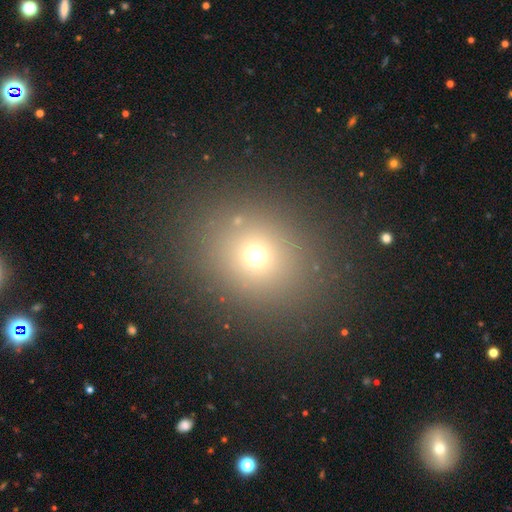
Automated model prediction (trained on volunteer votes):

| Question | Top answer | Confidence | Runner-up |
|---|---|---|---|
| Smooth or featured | smooth | 67% | star or artifact (24%) |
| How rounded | round | 69% | in between (30%) |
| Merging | none | 87% | minor disturbance (7%) |